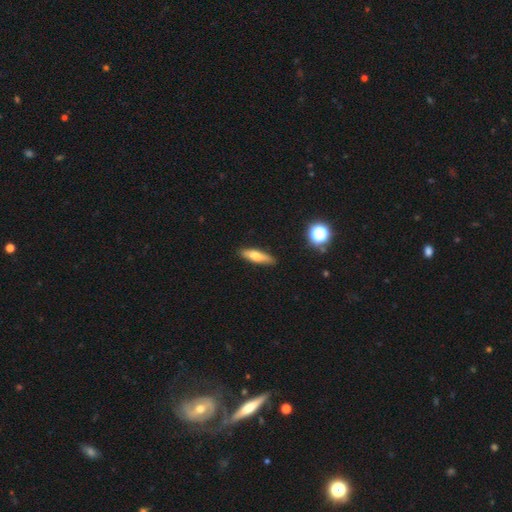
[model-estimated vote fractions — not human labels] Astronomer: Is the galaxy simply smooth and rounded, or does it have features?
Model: smooth — 67%.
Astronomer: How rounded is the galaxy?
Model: cigar-shaped — 67%.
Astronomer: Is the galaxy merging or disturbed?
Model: none — 87%.